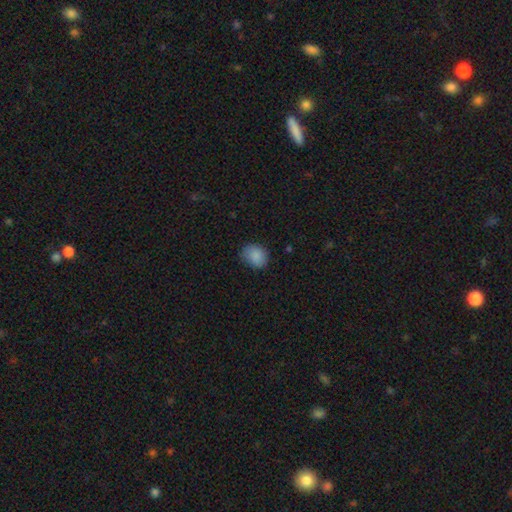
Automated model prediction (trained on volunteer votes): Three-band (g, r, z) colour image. It shows a smooth galaxy with no disk features (87%) that is round (53%). Merging: none (75%).